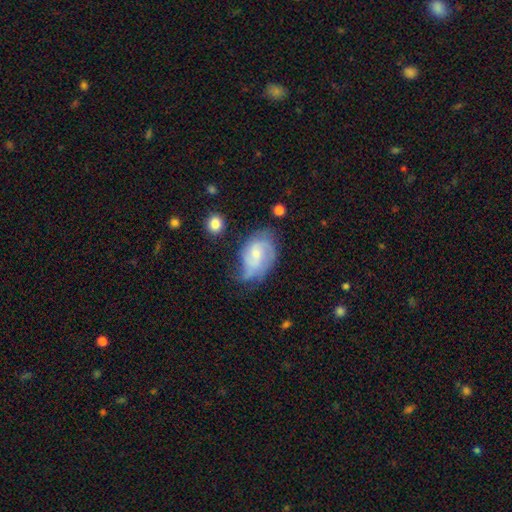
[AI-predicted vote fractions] Smooth or featured? Predicted: featured or disk (p=0.61). Edge-on disk? Predicted: no (p=0.97). Bar? Predicted: no (p=0.57). Spiral arms? Predicted: yes (p=0.85). Spiral winding? Predicted: medium (p=0.43). Spiral arm count? Predicted: 2 (p=0.44). Bulge size? Predicted: small (p=0.57). Merging? Predicted: none (p=0.42).